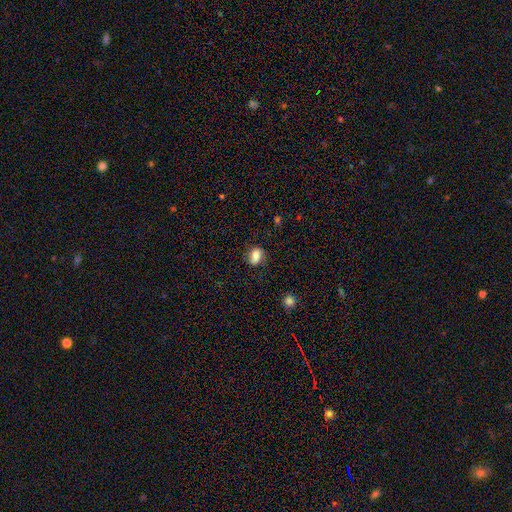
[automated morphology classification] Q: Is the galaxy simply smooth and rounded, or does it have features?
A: smooth — 80%.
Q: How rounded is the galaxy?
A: in between — 71%.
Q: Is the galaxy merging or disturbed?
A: none — 70%.